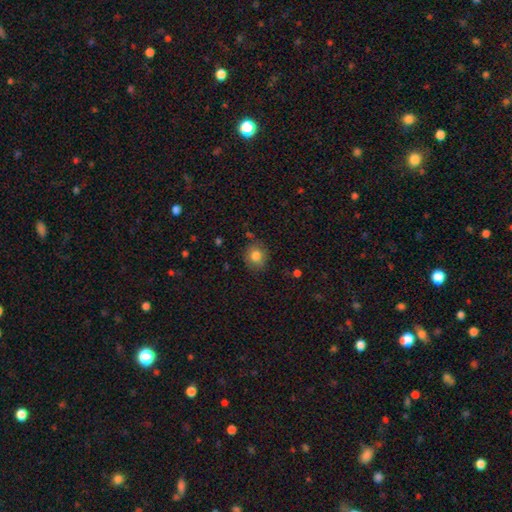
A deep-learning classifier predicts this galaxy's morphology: A smooth galaxy with no disk features (81%) that is round (78%). Merging: none (81%).